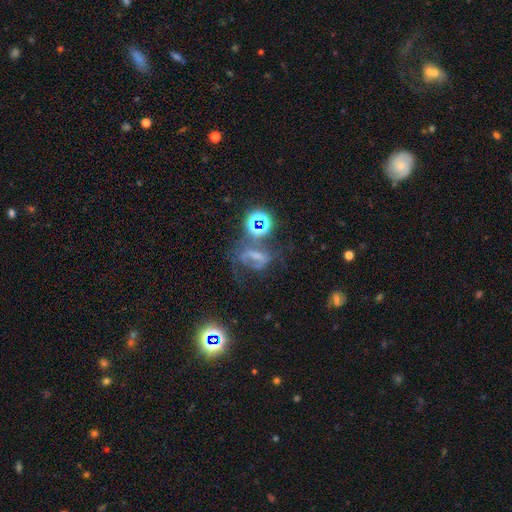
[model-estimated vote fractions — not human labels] Smooth or featured? star or artifact (39%)